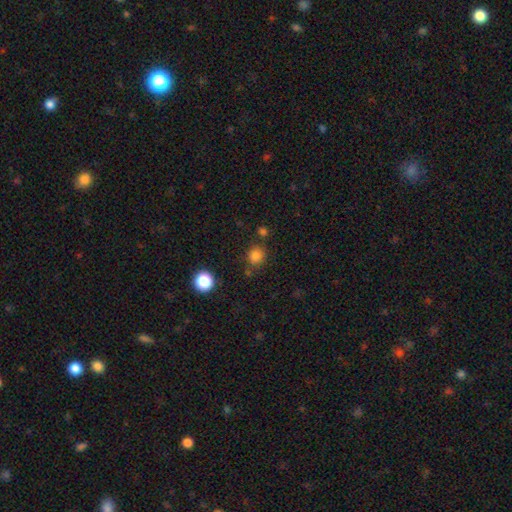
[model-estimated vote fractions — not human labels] Smooth or featured: smooth — 81% (star or artifact — 14%)
How rounded: round — 84% (in between — 15%)
Merging: none — 77% (minor disturbance — 11%)